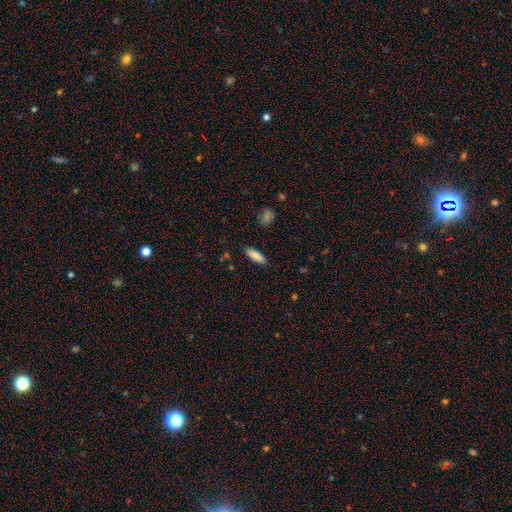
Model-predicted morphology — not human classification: smooth_or_featured: smooth (p=0.85) [alt: featured or disk p=0.08]
how_rounded: in between (p=0.49) [tied with: cigar-shaped p=0.49]
merging: none (p=0.88) [alt: minor disturbance p=0.09]